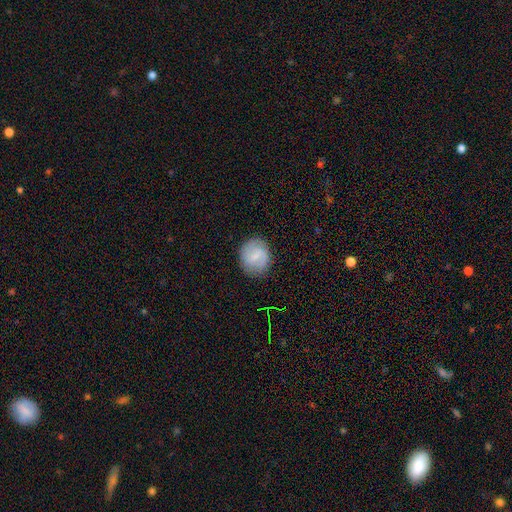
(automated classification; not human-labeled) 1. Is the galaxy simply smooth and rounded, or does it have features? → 53% smooth, 39% featured or disk, 8% star or artifact.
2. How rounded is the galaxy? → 76% round, 23% in between, 1% cigar-shaped.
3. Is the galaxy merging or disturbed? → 84% none, 12% minor disturbance, 4% major disturbance, 1% merger.